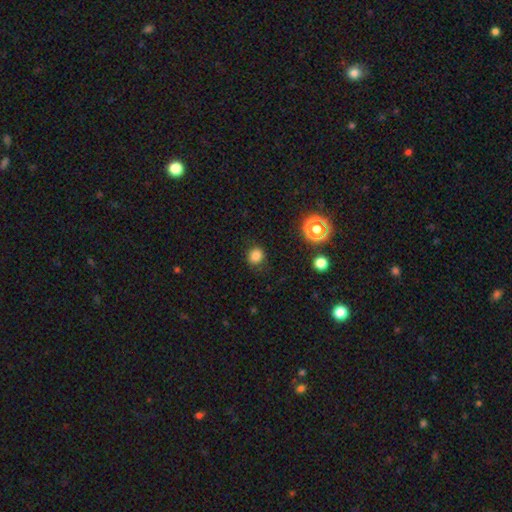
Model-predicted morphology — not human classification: Smooth or featured? Predicted: smooth (p=0.83). How rounded? Predicted: round (p=0.84). Merging? Predicted: none (p=0.87).